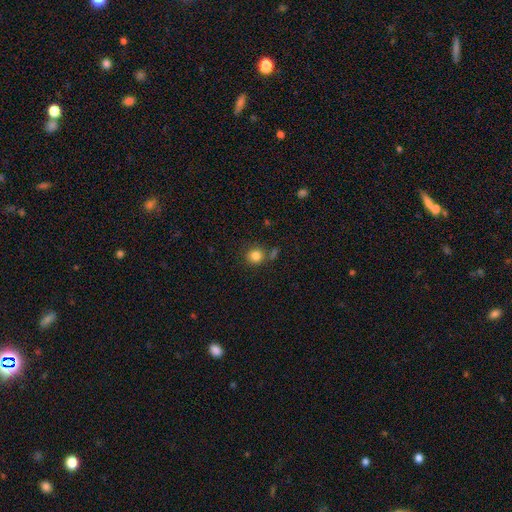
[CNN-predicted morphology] type=smooth (83%); roundness=round (89%); merging=none (73%).